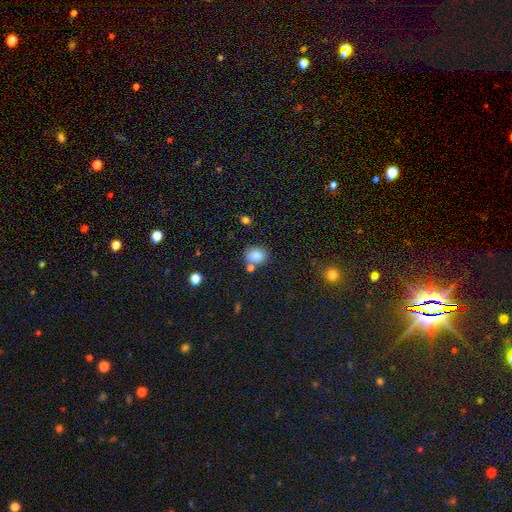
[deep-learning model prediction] A smooth galaxy with no disk features (85%) that is round (53%). Merging: none (66%).